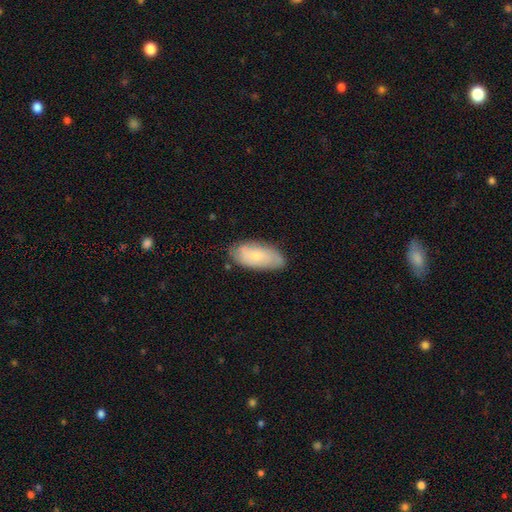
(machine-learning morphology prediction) Smooth or featured? smooth (66%)
How rounded? in between (90%)
Merging? none (74%)